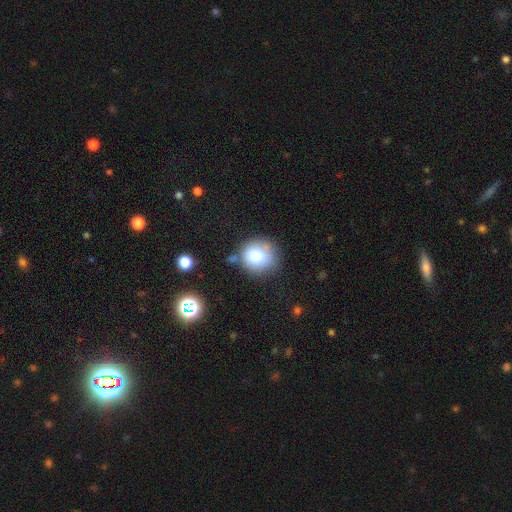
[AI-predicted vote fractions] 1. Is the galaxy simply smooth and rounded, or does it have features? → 78% smooth, 12% featured or disk, 10% star or artifact.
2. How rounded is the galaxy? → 85% round, 14% in between, 1% cigar-shaped.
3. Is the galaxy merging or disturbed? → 68% none, 18% minor disturbance, 9% merger, 6% major disturbance.